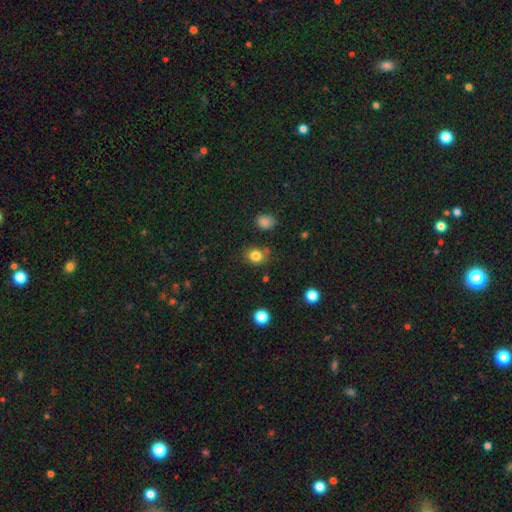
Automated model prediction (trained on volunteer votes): This appears to be a smooth galaxy with no disk features (82%) that is round (68%). Merging: none (77%).